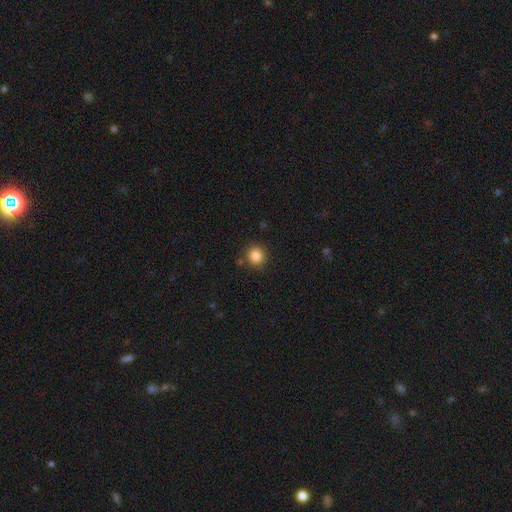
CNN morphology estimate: smooth 85%, star or artifact 11%, featured or disk 4%. Down the decision tree: how rounded — round (91%); merging — none (86%).